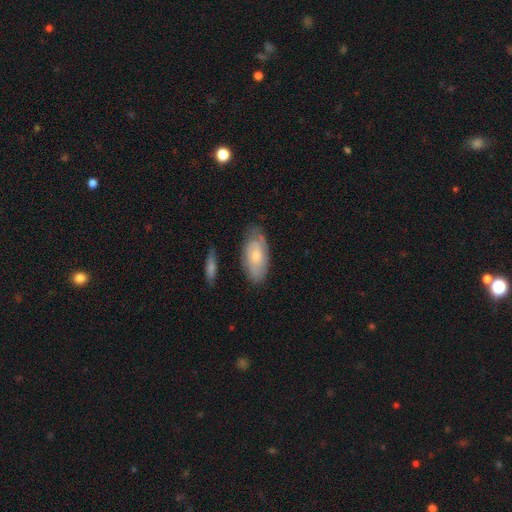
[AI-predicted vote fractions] A smooth galaxy with no disk features (52%) that is in between round and cigar-shaped (89%). Merging: none (68%).